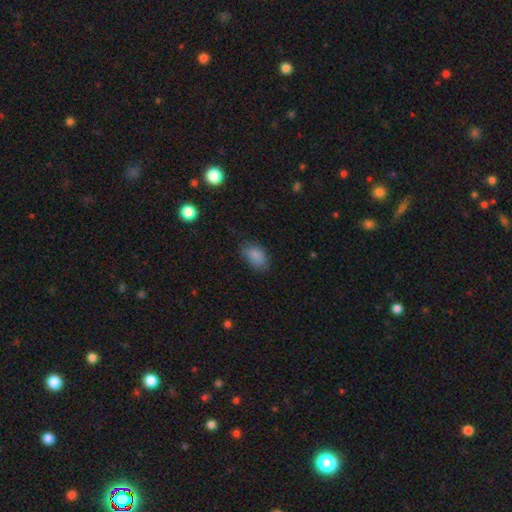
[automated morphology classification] Smooth or featured?
  - smooth: 84% *
  - star or artifact: 9%
  - featured or disk: 6%
How rounded?
  - in between: 88% *
  - round: 11%
  - cigar-shaped: 2%
Merging?
  - none: 65% *
  - minor disturbance: 26%
  - major disturbance: 8%
  - merger: 1%